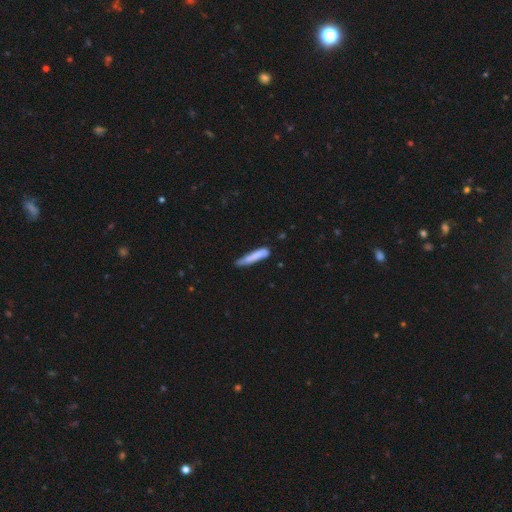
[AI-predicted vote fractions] Q: Smooth or featured?
A: smooth (74%); runner-up: featured or disk (20%)
Q: How rounded?
A: cigar-shaped (91%); runner-up: in between (8%)
Q: Merging?
A: none (67%); runner-up: minor disturbance (24%)